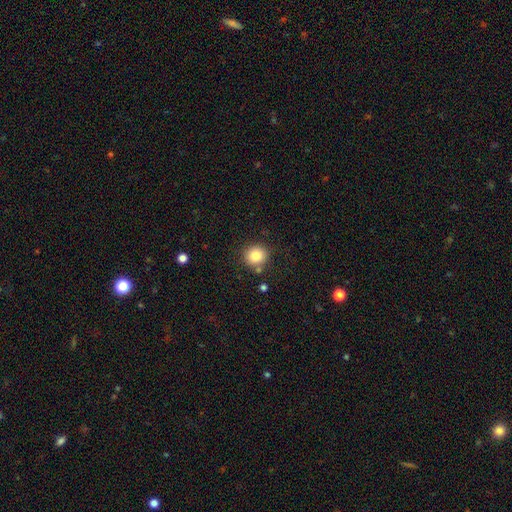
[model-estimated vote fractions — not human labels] Smooth or featured? smooth (84%)
How rounded? round (86%)
Merging? none (81%)